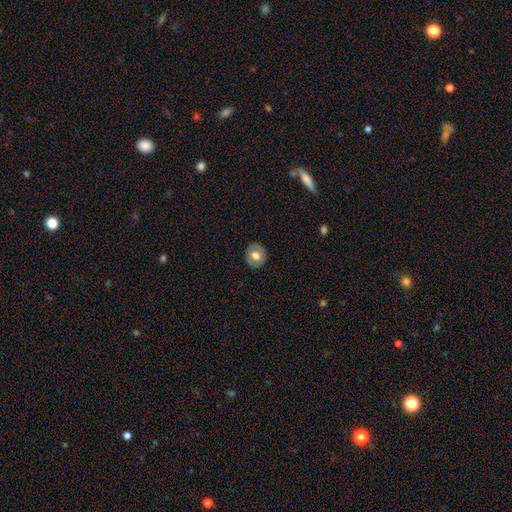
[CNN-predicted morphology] smooth_or_featured: smooth (p=0.65) [alt: featured or disk p=0.27]
how_rounded: round (p=0.80) [alt: in between p=0.20]
merging: none (p=0.87) [alt: minor disturbance p=0.09]